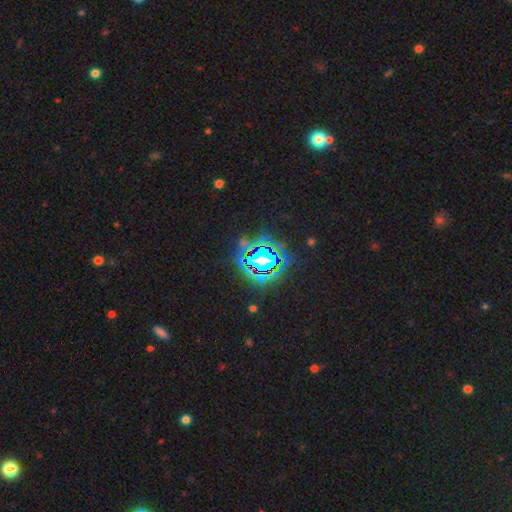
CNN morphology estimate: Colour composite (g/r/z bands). It shows a star or artifact, not a galaxy (82%).